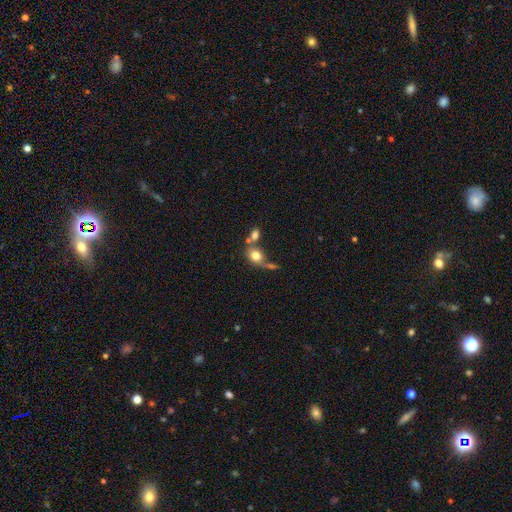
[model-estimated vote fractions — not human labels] Overall: smooth (76%). How rounded: in between (53%; round 45%). Merging: merger (42%; none 35%).